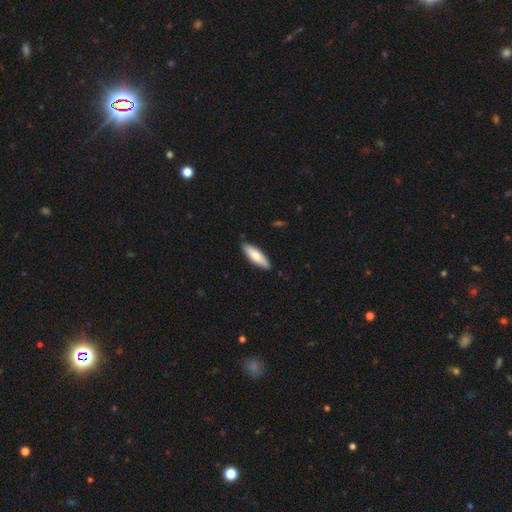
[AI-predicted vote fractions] Smooth or featured: smooth — 76% (featured or disk — 19%)
How rounded: cigar-shaped — 56% (in between — 43%)
Merging: none — 88% (minor disturbance — 10%)